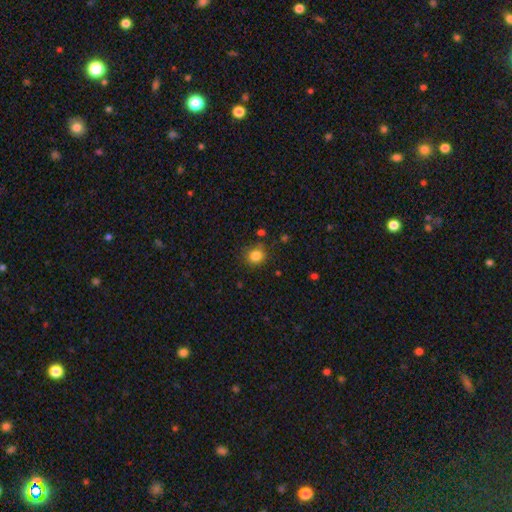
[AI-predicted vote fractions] smooth_or_featured: smooth (p=0.84) [alt: star or artifact p=0.12]
how_rounded: round (p=0.82) [alt: in between p=0.18]
merging: none (p=0.82) [alt: minor disturbance p=0.11]